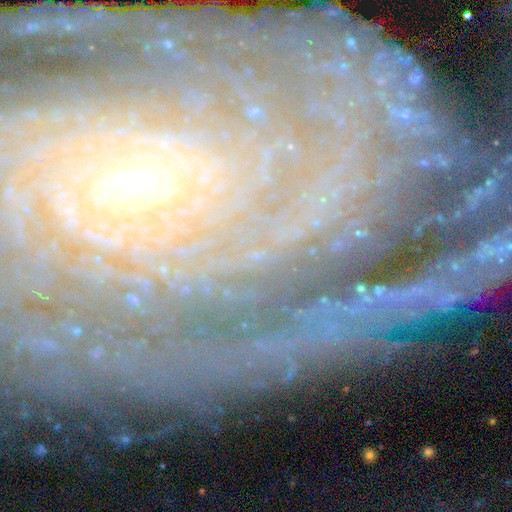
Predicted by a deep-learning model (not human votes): A star or artifact, not a galaxy (62%).

Vote fractions:
- Smooth or featured? star or artifact: 62% / featured or disk: 27% / smooth: 11%